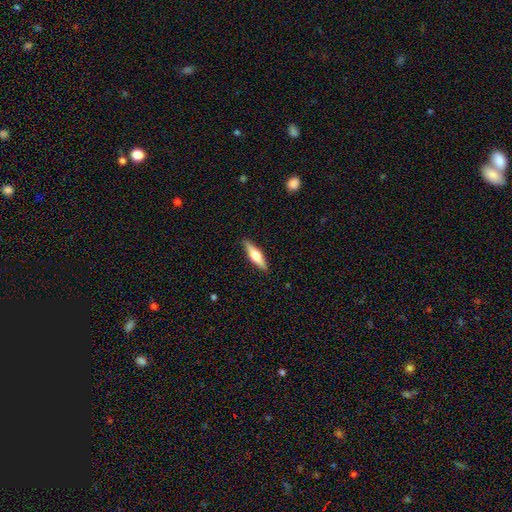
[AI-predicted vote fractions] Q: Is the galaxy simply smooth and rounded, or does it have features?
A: featured or disk — 50%.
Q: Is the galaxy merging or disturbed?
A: none — 89%.